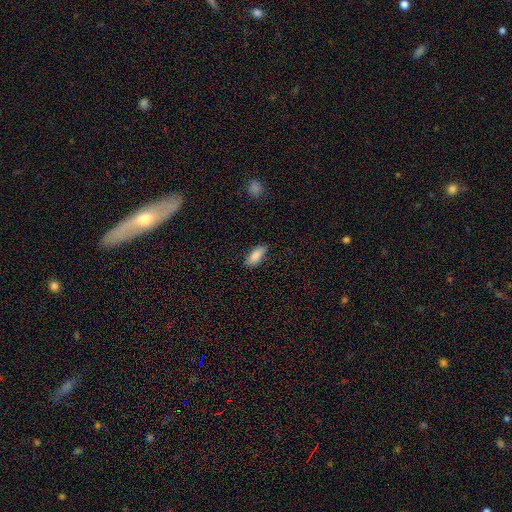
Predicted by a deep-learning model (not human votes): This appears to be a smooth galaxy with no disk features (83%) that is in between round and cigar-shaped (80%). Merging: none (77%).